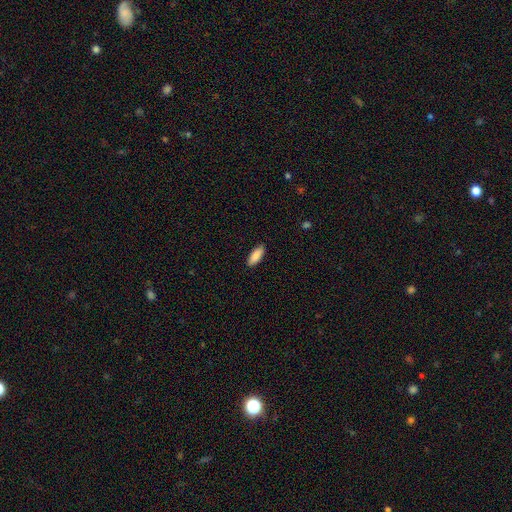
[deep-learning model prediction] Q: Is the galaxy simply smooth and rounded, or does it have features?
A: smooth — 88%.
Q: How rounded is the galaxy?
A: in between — 74%.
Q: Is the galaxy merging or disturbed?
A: none — 89%.